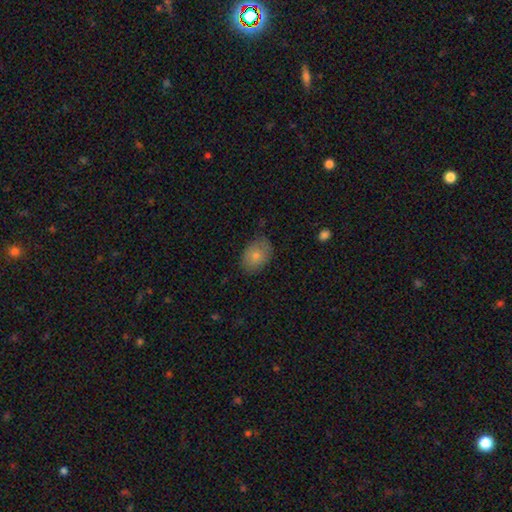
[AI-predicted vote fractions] Smooth or featured? smooth (73%)
How rounded? in between (73%)
Merging? none (79%)